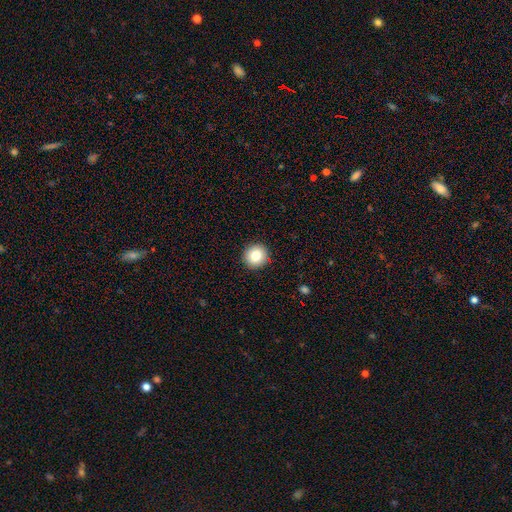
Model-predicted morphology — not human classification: A smooth galaxy with no disk features (82%) that is round (90%).

Vote fractions:
- Smooth or featured? smooth: 82% / star or artifact: 9% / featured or disk: 9%
- How rounded? round: 90% / in between: 9% / cigar-shaped: 1%
- Merging? none: 91% / minor disturbance: 6% / major disturbance: 2% / merger: 1%